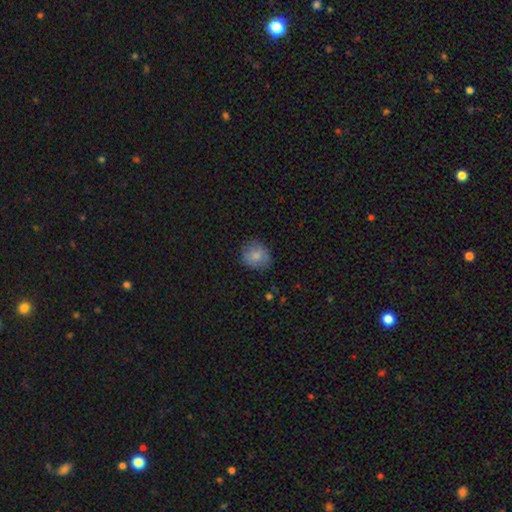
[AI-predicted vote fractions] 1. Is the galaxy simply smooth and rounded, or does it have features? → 81% smooth, 11% featured or disk, 8% star or artifact.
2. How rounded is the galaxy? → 79% round, 20% in between, 1% cigar-shaped.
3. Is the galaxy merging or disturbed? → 79% none, 16% minor disturbance, 4% major disturbance, 1% merger.